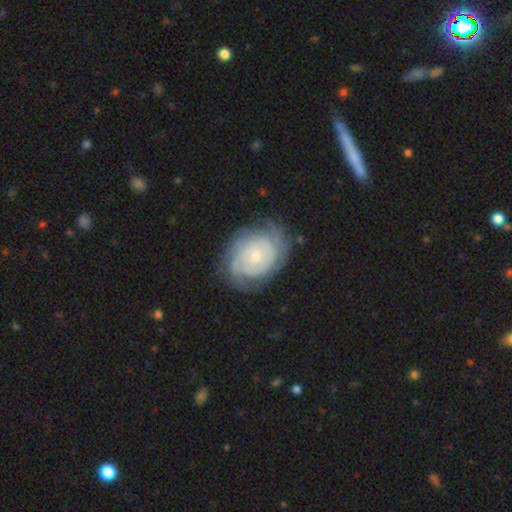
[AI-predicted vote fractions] Smooth or featured? Predicted: featured or disk (p=0.80). Edge-on disk? Predicted: no (p=0.97). Bar? Predicted: no (p=0.78). Spiral arms? Predicted: yes (p=0.93). Spiral winding? Predicted: tight (p=0.73). Spiral arm count? Predicted: can't tell (p=0.39). Bulge size? Predicted: small (p=0.67). Merging? Predicted: none (p=0.72).